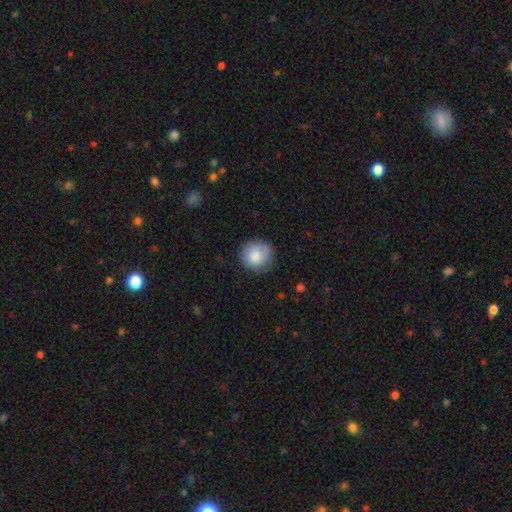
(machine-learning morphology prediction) This appears to be a smooth galaxy with no disk features (84%) that is round (89%). Merging: none (78%).